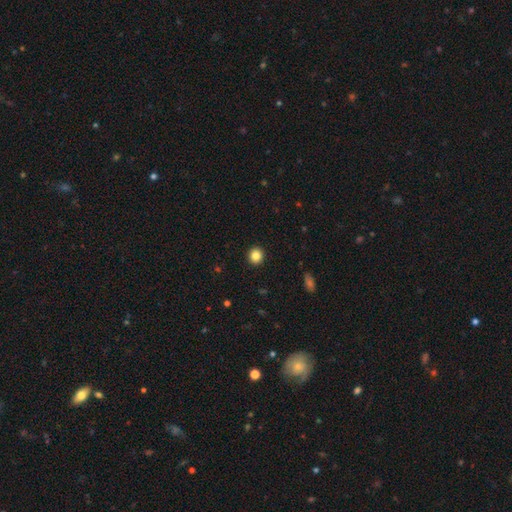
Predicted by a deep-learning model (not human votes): smooth_or_featured: smooth (p=0.84) [alt: star or artifact p=0.10]
how_rounded: round (p=0.87) [alt: in between p=0.12]
merging: none (p=0.93) [alt: minor disturbance p=0.04]